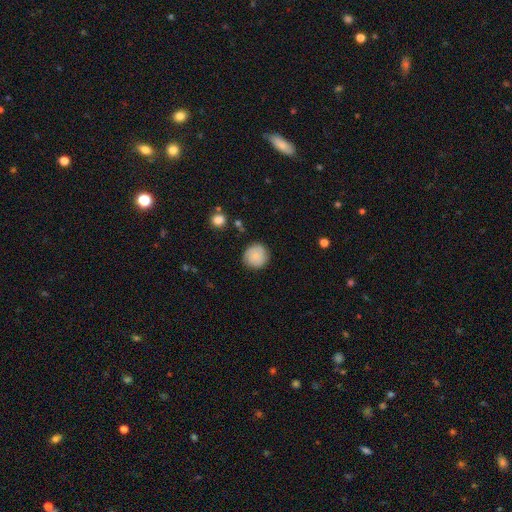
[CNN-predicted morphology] smooth_or_featured: smooth (p=0.77) [alt: featured or disk p=0.16]
how_rounded: round (p=0.93) [alt: in between p=0.06]
merging: none (p=0.85) [alt: minor disturbance p=0.11]